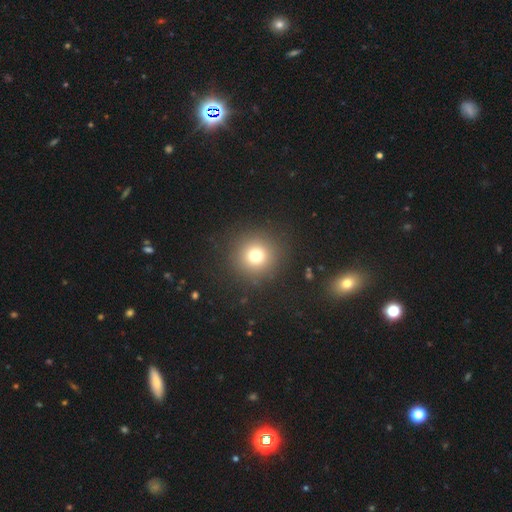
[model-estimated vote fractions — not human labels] A smooth galaxy with no disk features (74%) that is round (95%). Merging: none (90%).